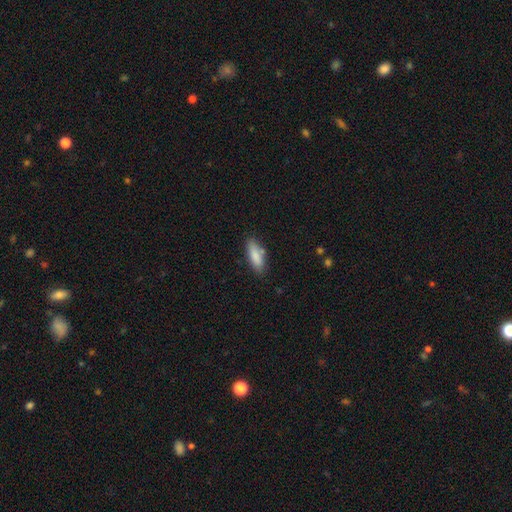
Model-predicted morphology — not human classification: Smooth or featured? Predicted: smooth (p=0.84). How rounded? Predicted: in between (p=0.61). Merging? Predicted: none (p=0.76).